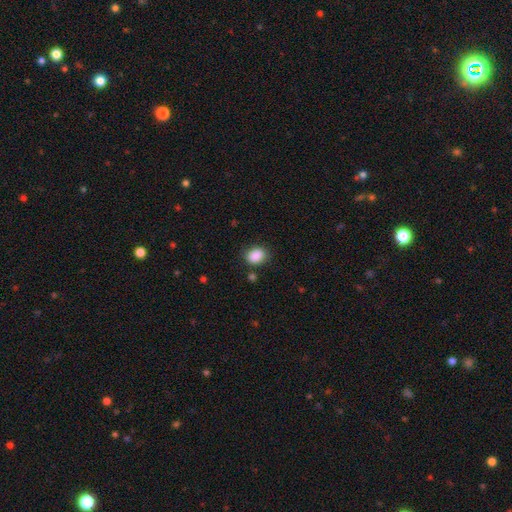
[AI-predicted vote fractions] smooth_or_featured: smooth (p=0.88) [alt: star or artifact p=0.08]
how_rounded: in between (p=0.56) [alt: round p=0.43]
merging: none (p=0.78) [alt: minor disturbance p=0.15]